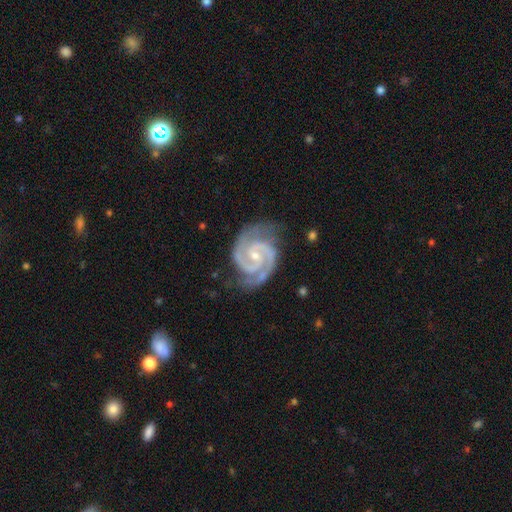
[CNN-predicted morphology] Overall: featured or disk (94%). Edge-on disk: no (98%). Bar: no (54%; weak 35%). Spiral arms: yes (99%). Spiral arm count: 2 (90%). Spiral winding: tight (57%; medium 39%). Bulge size: small (67%; moderate 29%). Merging: none (75%).